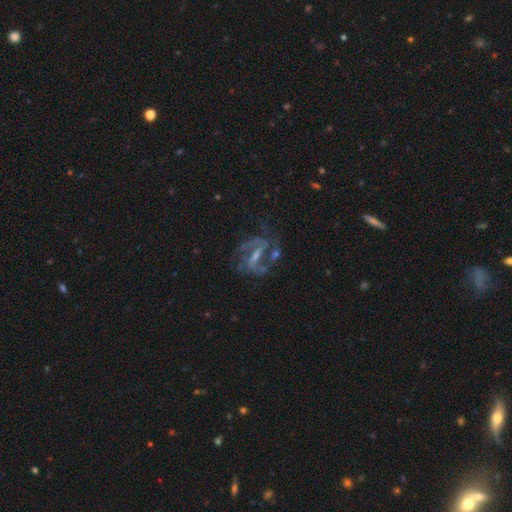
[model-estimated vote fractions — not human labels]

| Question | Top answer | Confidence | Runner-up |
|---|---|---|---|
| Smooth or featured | featured or disk | 85% | star or artifact (9%) |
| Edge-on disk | no | 96% | yes (4%) |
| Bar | strong | 49% | weak (39%) |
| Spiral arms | yes | 94% | no (6%) |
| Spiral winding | medium | 54% | loose (25%) |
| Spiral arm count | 2 | 79% | can't tell (7%) |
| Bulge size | small | 54% | moderate (30%) |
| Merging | none | 61% | minor disturbance (16%) |